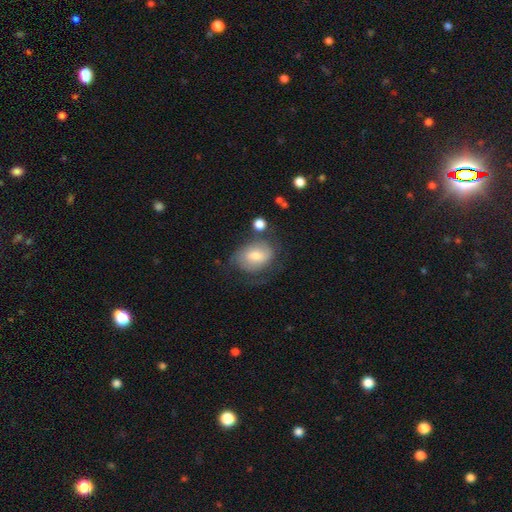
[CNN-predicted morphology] smooth_or_featured: smooth (p=0.54) [alt: featured or disk p=0.37]
how_rounded: in between (p=0.66) [alt: round p=0.33]
merging: none (p=0.51) [alt: minor disturbance p=0.26]